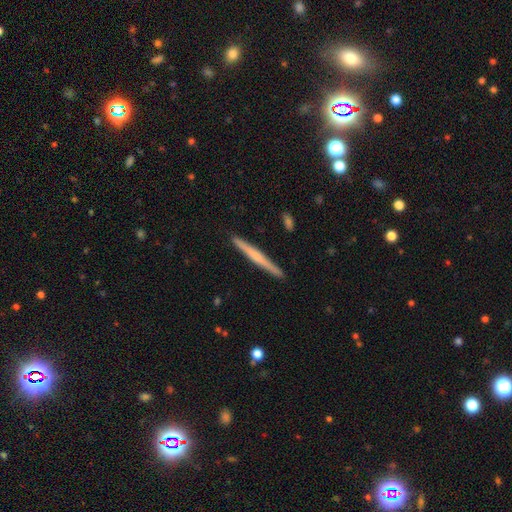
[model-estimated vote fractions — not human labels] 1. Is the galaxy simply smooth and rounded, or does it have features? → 50% featured or disk, 44% smooth, 5% star or artifact.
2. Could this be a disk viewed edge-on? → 98% yes, 2% no.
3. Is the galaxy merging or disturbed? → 92% none, 6% minor disturbance, 1% major disturbance, 1% merger.